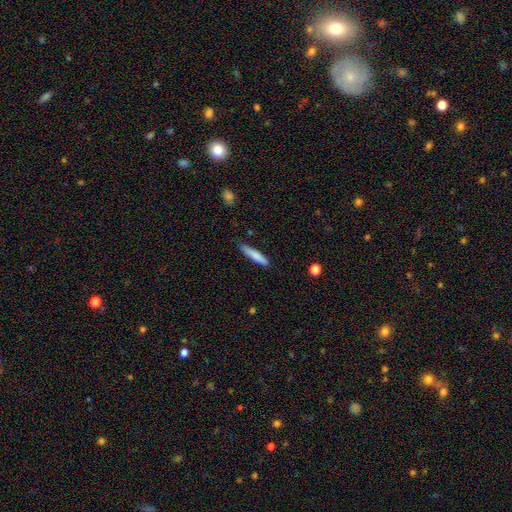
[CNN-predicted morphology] smooth-or-featured: smooth: 81% | featured or disk: 13% | star or artifact: 6%
  how-rounded: cigar-shaped: 86% | in between: 13% | round: 1%
  merging: none: 83% | minor disturbance: 14% | major disturbance: 2% | merger: 2%